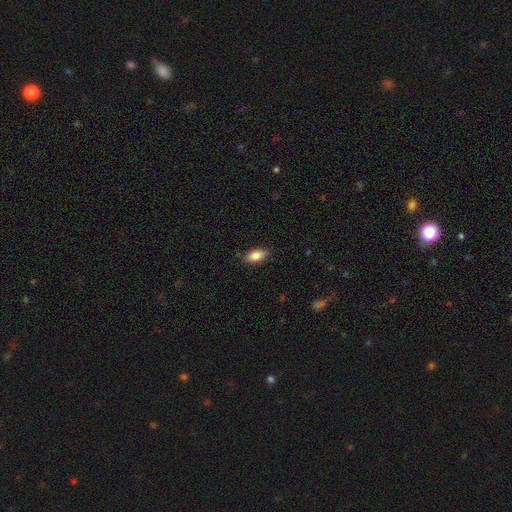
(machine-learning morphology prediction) A smooth galaxy with no disk features (84%) that is in between round and cigar-shaped (88%). Merging: none (86%).